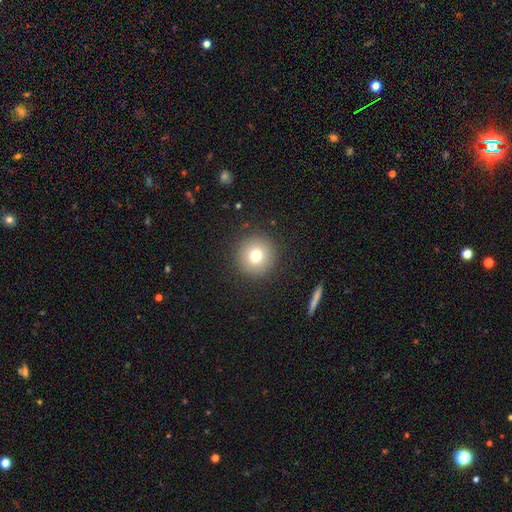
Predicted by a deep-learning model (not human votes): smooth-or-featured: smooth: 75% | featured or disk: 13% | star or artifact: 12%
  how-rounded: round: 95% | in between: 4% | cigar-shaped: 1%
  merging: none: 91% | minor disturbance: 6% | major disturbance: 2% | merger: 1%